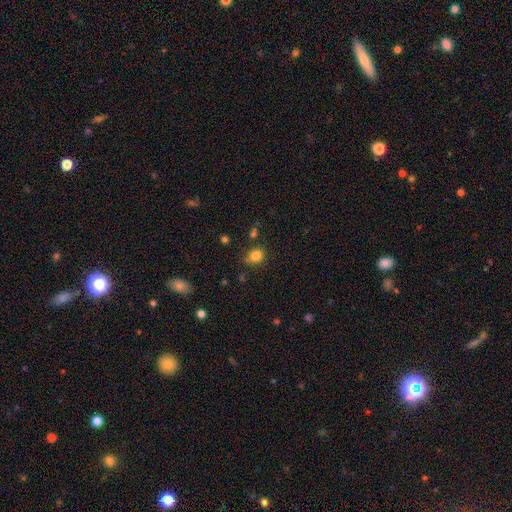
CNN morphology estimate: This is clearly a smooth galaxy (82%). How rounded: likely round (78%). Merging: likely none (77%).